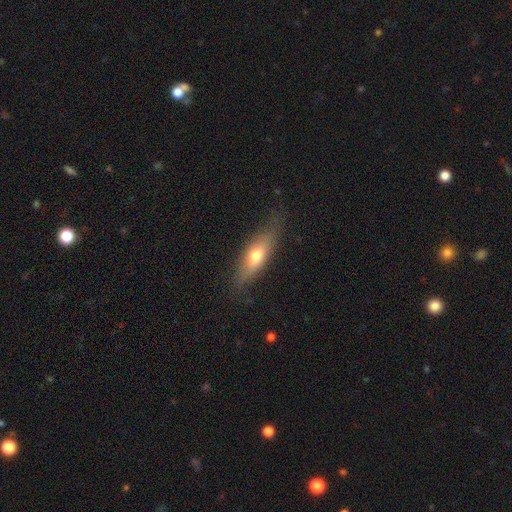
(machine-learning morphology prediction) Smooth or featured? Predicted: smooth (p=0.60). How rounded? Predicted: in between (p=0.54). Merging? Predicted: none (p=0.77).